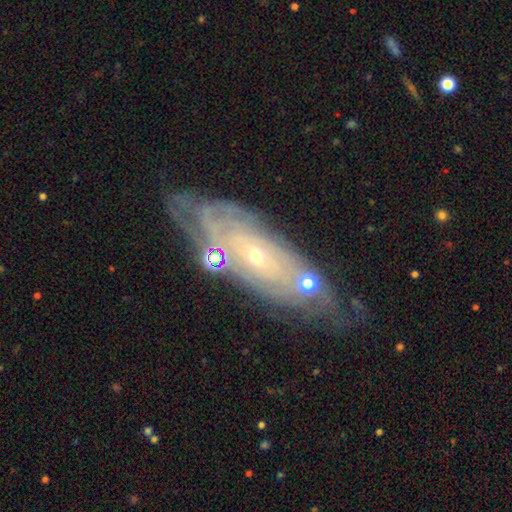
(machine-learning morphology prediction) Overall: featured or disk (82%). Edge-on disk: no (85%). Bar: no (76%). Spiral arms: yes (90%). Spiral arm count: can't tell (55%). Spiral winding: tight (81%). Bulge size: small (79%). Merging: none (71%).